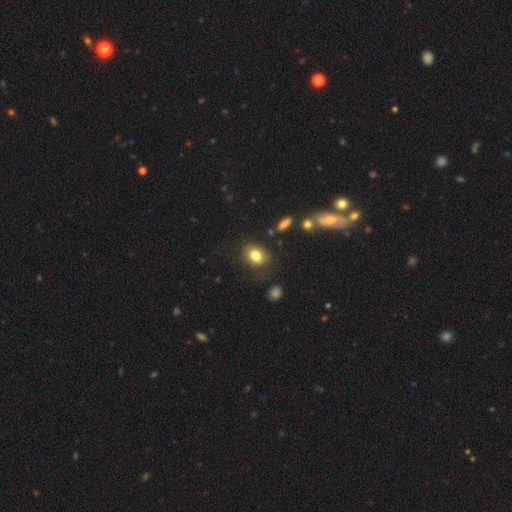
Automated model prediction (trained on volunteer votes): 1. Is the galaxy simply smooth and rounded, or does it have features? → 80% smooth, 11% star or artifact, 9% featured or disk.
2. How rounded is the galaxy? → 52% round, 47% in between, 1% cigar-shaped.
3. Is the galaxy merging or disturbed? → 79% none, 14% minor disturbance, 4% major disturbance, 3% merger.